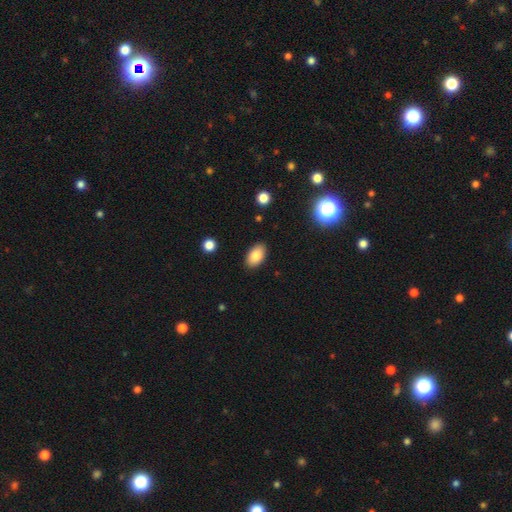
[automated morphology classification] Q: Smooth or featured?
A: smooth (85%); runner-up: star or artifact (8%)
Q: How rounded?
A: in between (92%); runner-up: round (6%)
Q: Merging?
A: none (87%); runner-up: minor disturbance (9%)